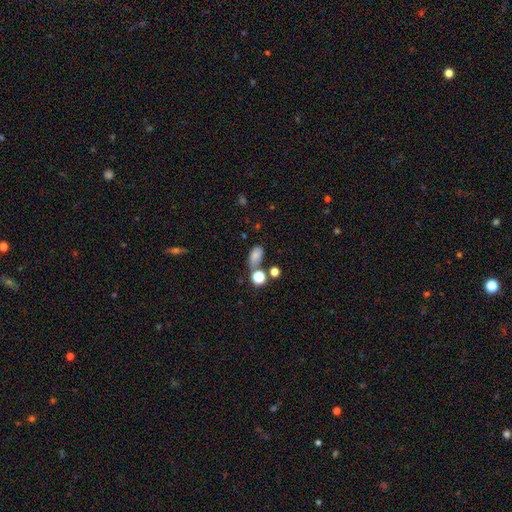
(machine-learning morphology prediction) smooth_or_featured: smooth (p=0.76) [alt: star or artifact p=0.14]
how_rounded: in between (p=0.84) [alt: round p=0.14]
merging: none (p=0.46) [alt: merger p=0.22]